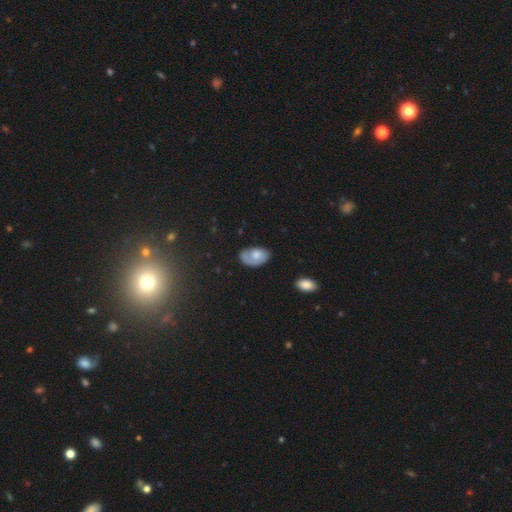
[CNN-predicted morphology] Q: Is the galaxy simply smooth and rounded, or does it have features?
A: smooth — 60%.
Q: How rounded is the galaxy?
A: in between — 90%.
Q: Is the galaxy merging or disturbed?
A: none — 52%.